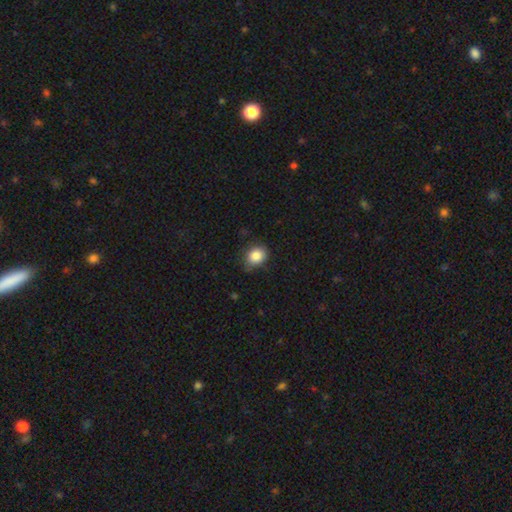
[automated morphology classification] Q: Smooth or featured?
A: smooth (85%); runner-up: star or artifact (9%)
Q: How rounded?
A: round (60%); runner-up: in between (39%)
Q: Merging?
A: none (72%); runner-up: minor disturbance (23%)